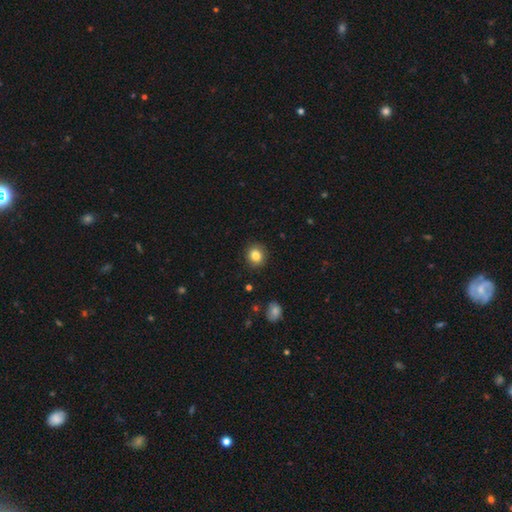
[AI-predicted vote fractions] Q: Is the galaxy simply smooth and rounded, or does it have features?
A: smooth — 83%.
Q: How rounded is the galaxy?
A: round — 81%.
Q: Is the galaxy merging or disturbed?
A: none — 91%.